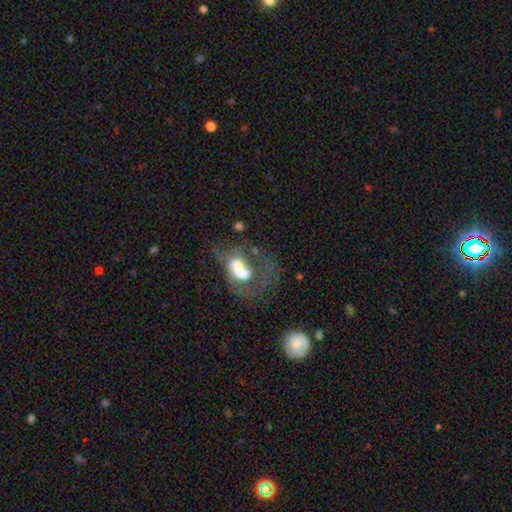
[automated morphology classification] Overall: featured or disk (47%; smooth 29%). Merging: none (40%; major disturbance 30%).